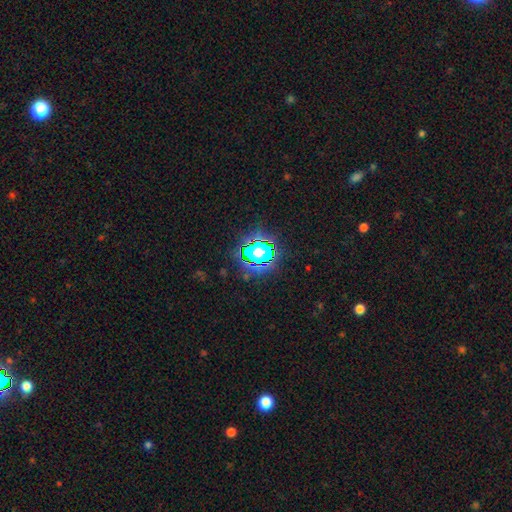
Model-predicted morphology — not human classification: A star or artifact, not a galaxy (61%).